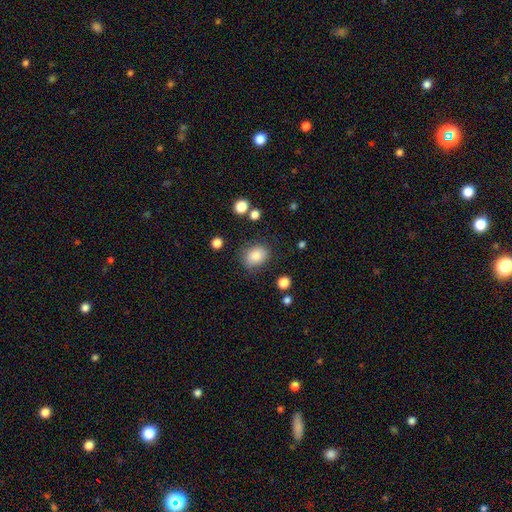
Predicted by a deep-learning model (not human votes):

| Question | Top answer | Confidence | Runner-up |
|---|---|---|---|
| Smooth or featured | smooth | 84% | star or artifact (9%) |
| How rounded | round | 53% | in between (47%) |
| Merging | none | 77% | minor disturbance (15%) |